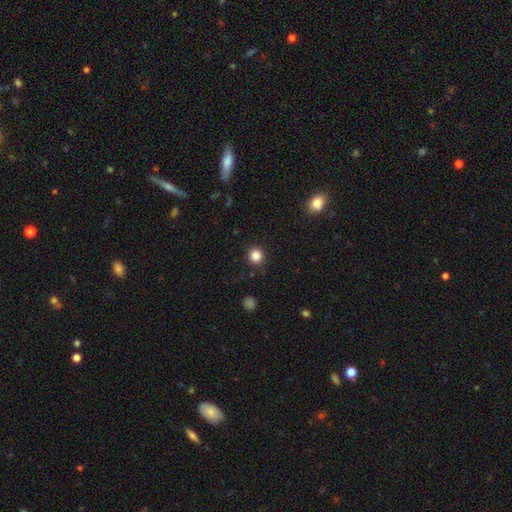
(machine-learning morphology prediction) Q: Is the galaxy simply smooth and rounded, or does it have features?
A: smooth — 85%.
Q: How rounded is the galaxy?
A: round — 90%.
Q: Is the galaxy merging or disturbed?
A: none — 89%.